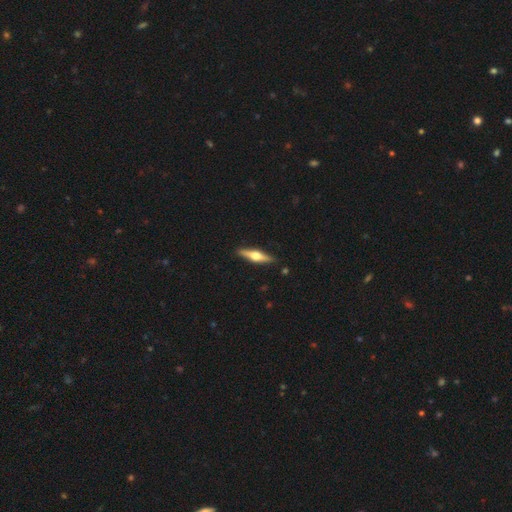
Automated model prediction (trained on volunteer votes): The model was most divided on "smooth or featured": featured or disk: 67%, smooth: 28%, star or artifact: 5%. More confident: edge-on disk — yes (97%); edge-on bulge — rounded (95%); merging — none (90%).